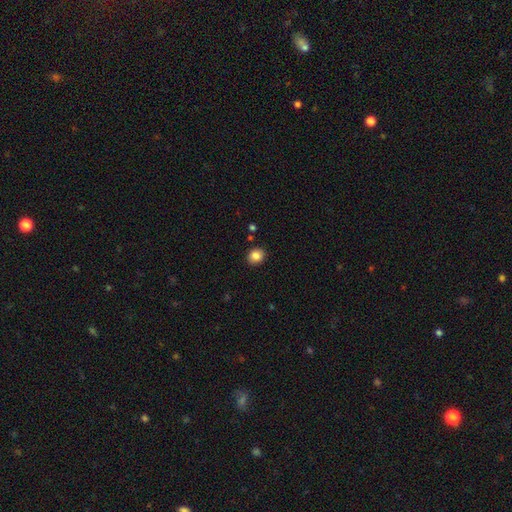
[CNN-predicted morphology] The model was most divided on "how rounded": round: 68%, in between: 32%, cigar-shaped: 1%. More confident: merging — none (89%); smooth or featured — smooth (85%).